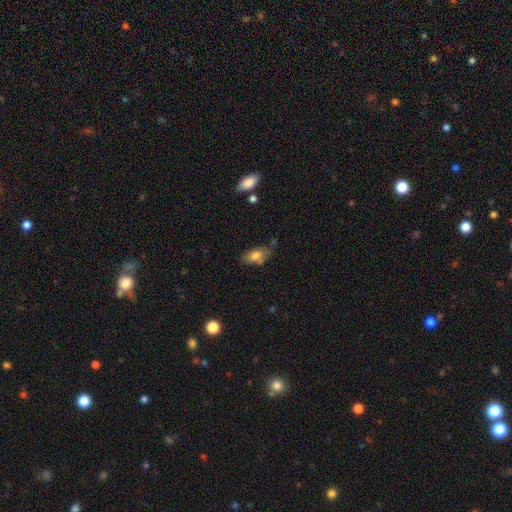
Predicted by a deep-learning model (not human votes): A smooth galaxy with no disk features (74%) that is in between round and cigar-shaped (89%).

Vote fractions:
- Smooth or featured? smooth: 74% / featured or disk: 18% / star or artifact: 8%
- How rounded? in between: 89% / cigar-shaped: 6% / round: 5%
- Merging? none: 57% / minor disturbance: 28% / merger: 8% / major disturbance: 7%